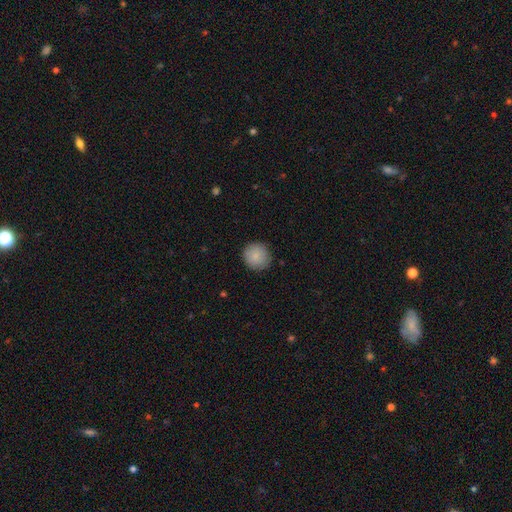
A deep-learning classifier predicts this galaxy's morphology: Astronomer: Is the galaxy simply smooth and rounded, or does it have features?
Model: smooth — 87%.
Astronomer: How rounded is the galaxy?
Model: round — 92%.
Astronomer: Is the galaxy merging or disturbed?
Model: none — 87%.